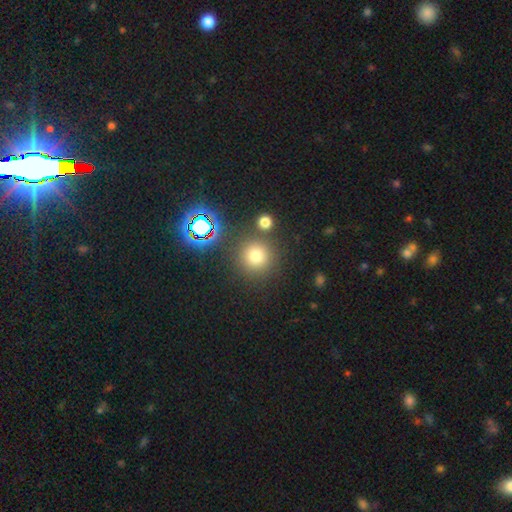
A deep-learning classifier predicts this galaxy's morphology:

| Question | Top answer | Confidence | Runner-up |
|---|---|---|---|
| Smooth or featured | smooth | 72% | star or artifact (21%) |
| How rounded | round | 94% | in between (5%) |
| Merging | none | 82% | merger (7%) |